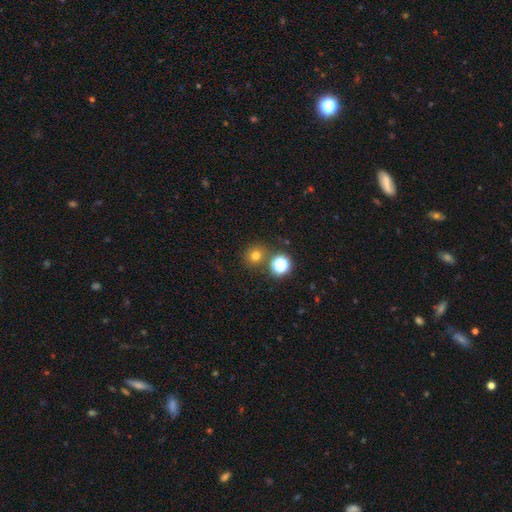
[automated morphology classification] Smooth or featured?
  - smooth: 71% *
  - star or artifact: 21%
  - featured or disk: 7%
How rounded?
  - round: 88% *
  - in between: 11%
  - cigar-shaped: 1%
Merging?
  - none: 79% *
  - merger: 11%
  - minor disturbance: 8%
  - major disturbance: 3%